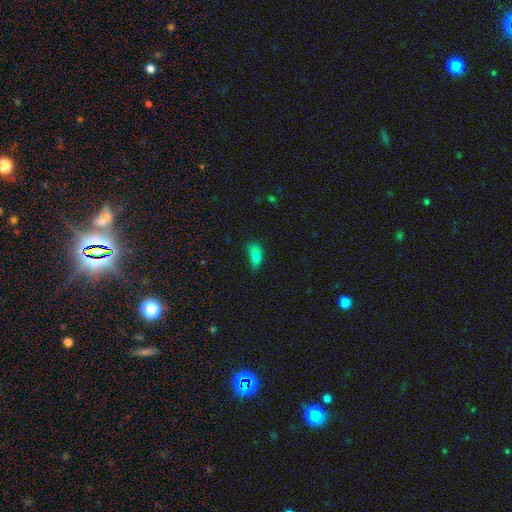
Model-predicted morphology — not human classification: smooth 82%, star or artifact 11%, featured or disk 7%. Down the decision tree: how rounded — in between (85%); merging — none (55%).